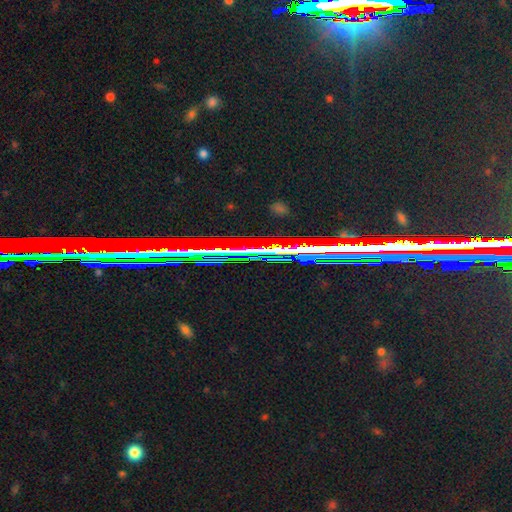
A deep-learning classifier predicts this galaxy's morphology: A star or artifact, not a galaxy (72%).